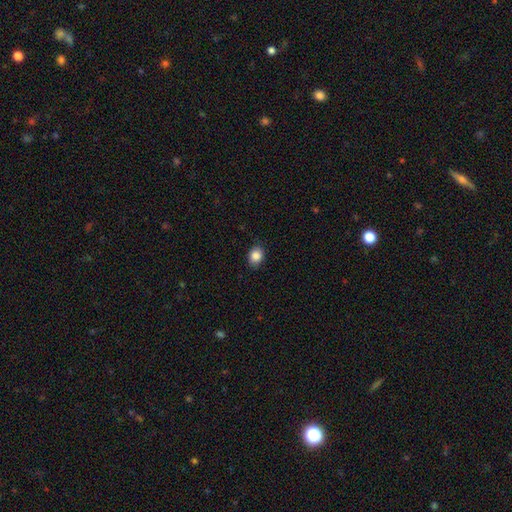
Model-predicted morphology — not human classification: Q: Smooth or featured?
A: smooth (86%); runner-up: star or artifact (9%)
Q: How rounded?
A: in between (57%); runner-up: round (42%)
Q: Merging?
A: none (86%); runner-up: minor disturbance (11%)